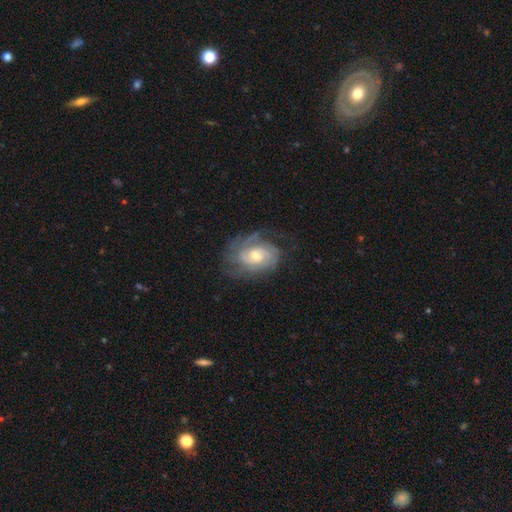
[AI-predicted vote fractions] Smooth or featured? featured or disk (79%)
Edge-on disk? no (97%)
Bar? no (67%)
Spiral arms? yes (92%)
Spiral winding? tight (57%)
Spiral arm count? can't tell (37%)
Bulge size? moderate (51%)
Merging? none (64%)